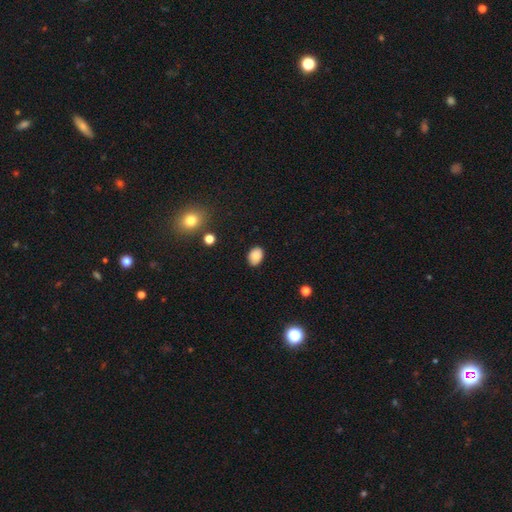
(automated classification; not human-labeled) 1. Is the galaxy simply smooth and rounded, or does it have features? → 85% smooth, 10% star or artifact, 5% featured or disk.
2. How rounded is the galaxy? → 74% in between, 25% round, 1% cigar-shaped.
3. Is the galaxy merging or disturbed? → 85% none, 12% minor disturbance, 3% major disturbance, 1% merger.